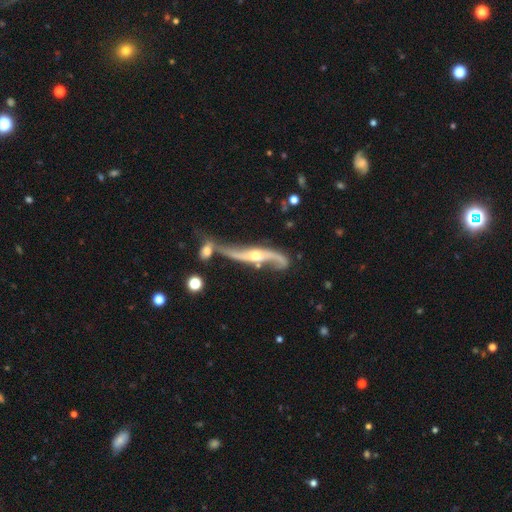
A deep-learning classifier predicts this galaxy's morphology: smooth-or-featured: featured or disk: 87% | smooth: 8% | star or artifact: 6%
  disk-edge-on: no: 66% | yes: 34%
    bar: no: 58% | weak: 25% | strong: 17%
    has-spiral-arms: yes: 92% | no: 8%
      spiral-winding: loose: 84% | medium: 11% | tight: 5%
      spiral-arm-count: 2: 90% | can't tell: 4% | 1: 3% | 3: 1% | 4: 1% | more than 4: 1%
    bulge-size: moderate: 63% | small: 29% | large: 5% | none: 2% | dominant: 1%
  merging: none: 39% | merger: 31% | minor disturbance: 18% | major disturbance: 12%